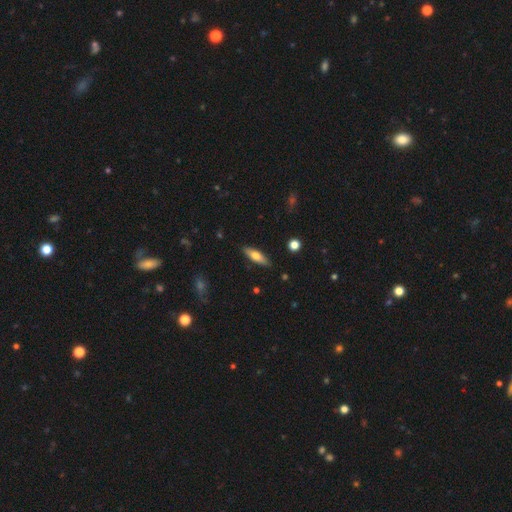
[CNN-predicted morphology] A smooth galaxy with no disk features (63%) that is cigar-shaped (56%). Merging: none (87%).